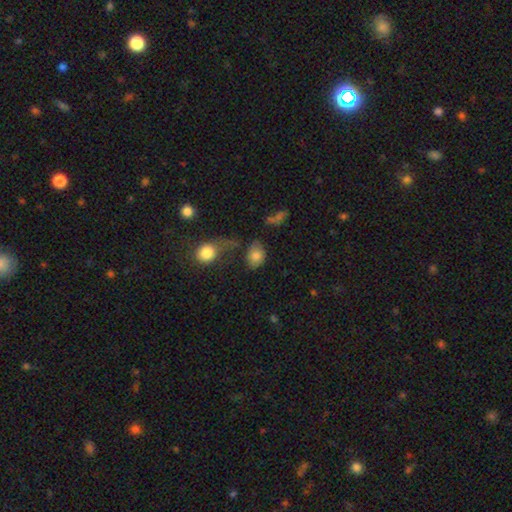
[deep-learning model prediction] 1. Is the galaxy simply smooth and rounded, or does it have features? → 79% smooth, 11% featured or disk, 10% star or artifact.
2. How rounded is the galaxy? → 65% in between, 33% round, 2% cigar-shaped.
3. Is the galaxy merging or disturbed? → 47% none, 22% minor disturbance, 16% merger, 15% major disturbance.